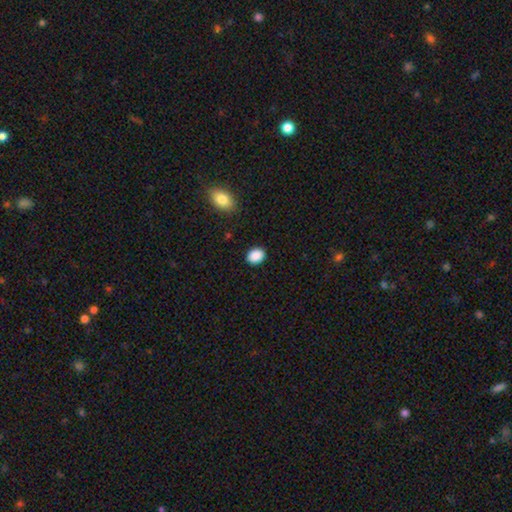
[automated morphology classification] A smooth galaxy with no disk features (89%) that is in between round and cigar-shaped (58%). Merging: none (88%).